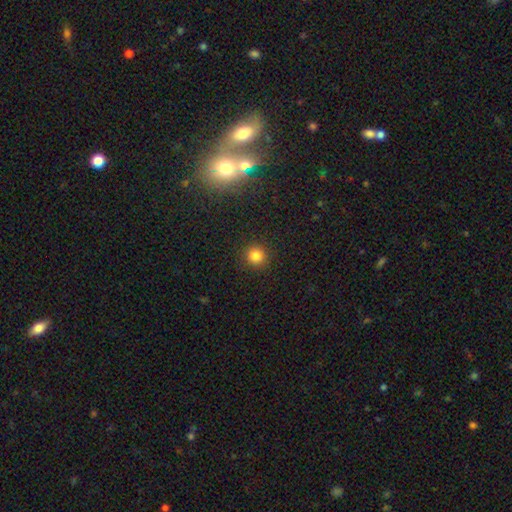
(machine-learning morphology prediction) smooth_or_featured: smooth (p=0.82) [alt: star or artifact p=0.13]
how_rounded: round (p=0.94) [alt: in between p=0.05]
merging: none (p=0.92) [alt: minor disturbance p=0.05]